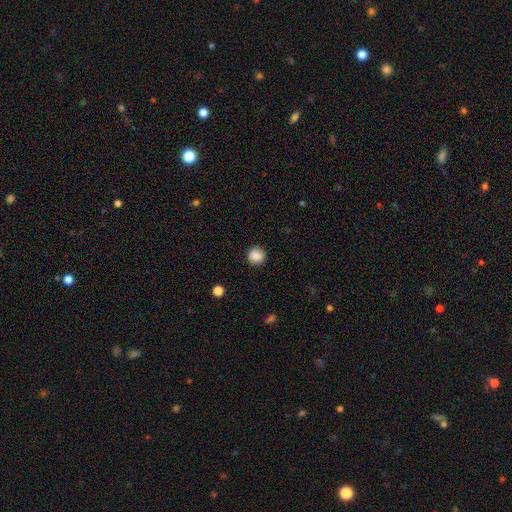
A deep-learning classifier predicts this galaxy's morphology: Overall: smooth (87%). How rounded: round (93%). Merging: none (90%).